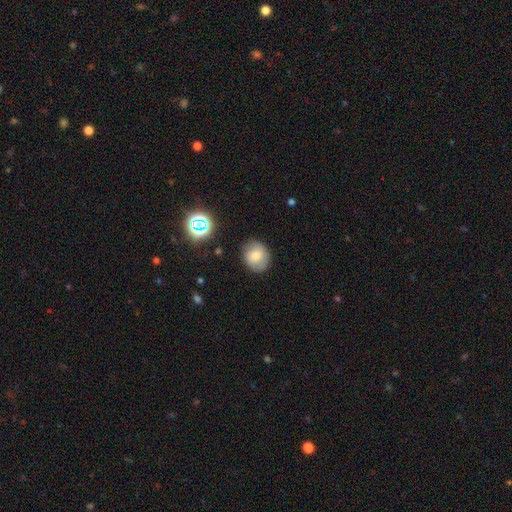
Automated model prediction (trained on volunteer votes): Smooth or featured? smooth (71%)
How rounded? round (66%)
Merging? none (81%)